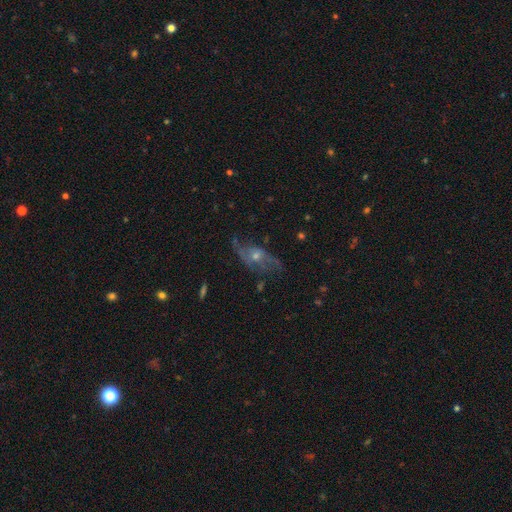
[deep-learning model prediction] Smooth or featured: featured or disk — 69% (smooth — 21%)
Edge-on disk: no — 86% (yes — 14%)
Bar: no — 74% (weak — 21%)
Spiral arms: yes — 74% (no — 26%)
Bulge size: small — 50% (moderate — 43%)
Merging: none — 56% (minor disturbance — 24%)